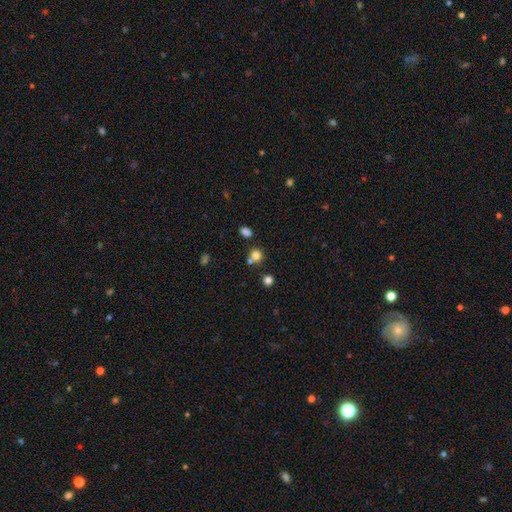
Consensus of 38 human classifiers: This is clearly a smooth galaxy (87%). How rounded: clearly round (94%). Merging: likely none (71%).